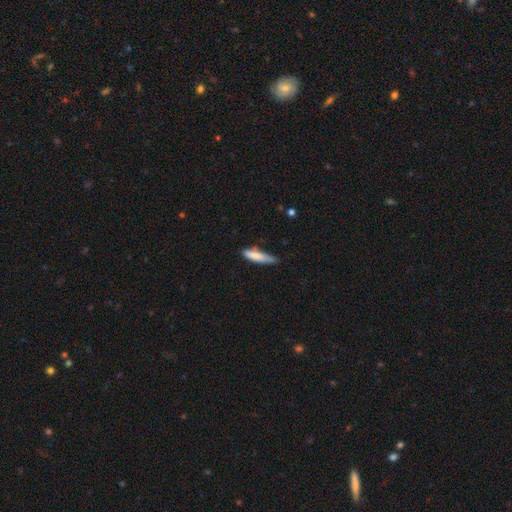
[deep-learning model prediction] Smooth or featured? Predicted: smooth (p=0.77). How rounded? Predicted: cigar-shaped (p=0.76). Merging? Predicted: none (p=0.54).